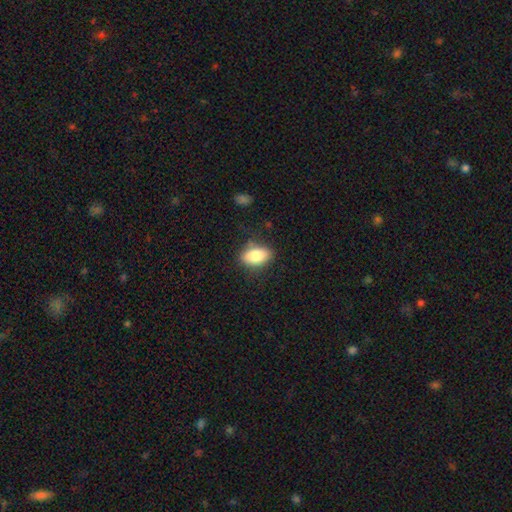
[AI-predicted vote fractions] smooth 85%, featured or disk 8%, star or artifact 7%. Down the decision tree: how rounded — in between (90%); merging — none (79%).